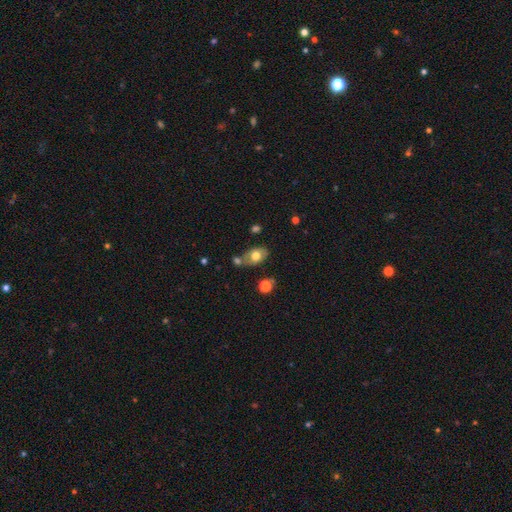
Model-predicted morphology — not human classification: A smooth galaxy with no disk features (64%) that is in between round and cigar-shaped (80%).

Vote fractions:
- Smooth or featured? smooth: 64% / featured or disk: 28% / star or artifact: 9%
- How rounded? in between: 80% / round: 18% / cigar-shaped: 2%
- Merging? none: 53% / merger: 23% / minor disturbance: 18% / major disturbance: 6%